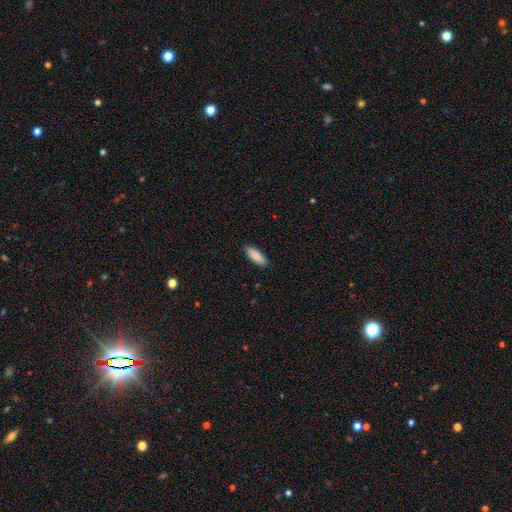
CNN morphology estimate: A smooth galaxy with no disk features (89%) that is in between round and cigar-shaped (61%).

Vote fractions:
- Smooth or featured? smooth: 89% / star or artifact: 6% / featured or disk: 5%
- How rounded? in between: 61% / cigar-shaped: 38% / round: 2%
- Merging? none: 89% / minor disturbance: 8% / major disturbance: 2% / merger: 1%